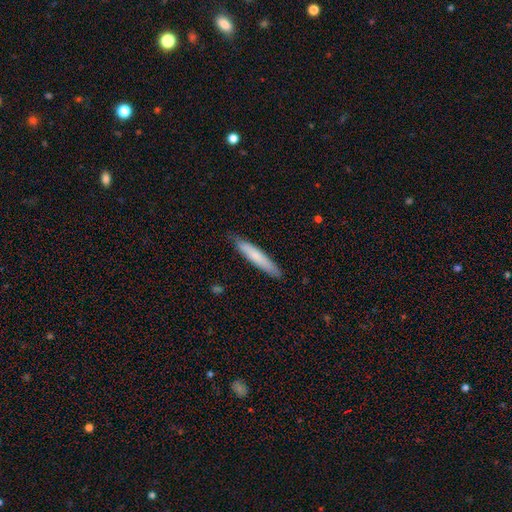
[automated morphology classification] This appears to be a smooth galaxy with no disk features (74%) that is cigar-shaped (90%). Merging: none (83%).